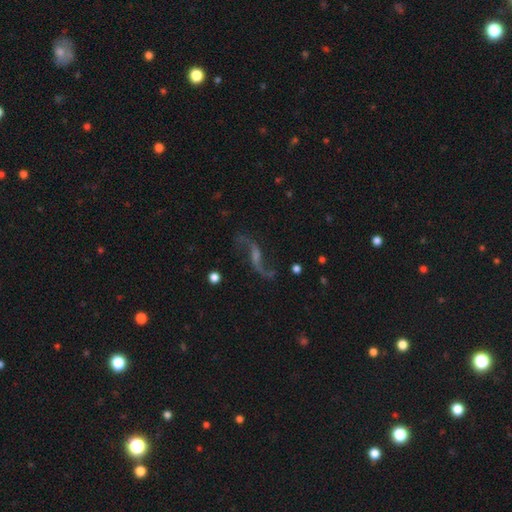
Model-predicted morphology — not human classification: featured or disk 81%, star or artifact 12%, smooth 7%. Down the decision tree: edge-on disk — no (91%); bar — weak (44%); spiral arms — yes (95%); spiral arm count — 2 (92%); spiral winding — loose (79%); bulge size — small (43%); merging — none (76%).